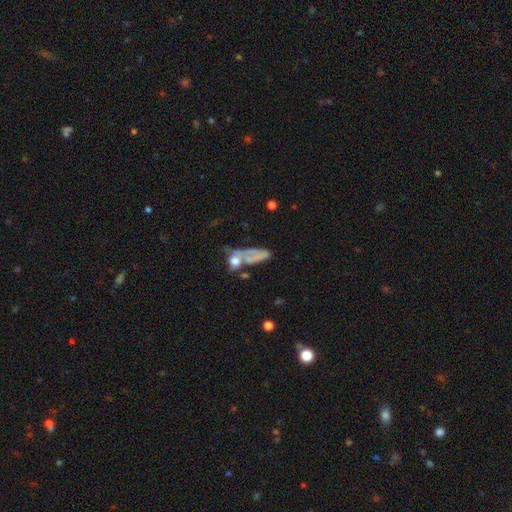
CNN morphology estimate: Smooth or featured?
  - smooth: 48% *
  - featured or disk: 39%
  - star or artifact: 13%
Merging?
  - merger: 31% *
  - major disturbance: 27%
  - none: 25%
  - minor disturbance: 16%